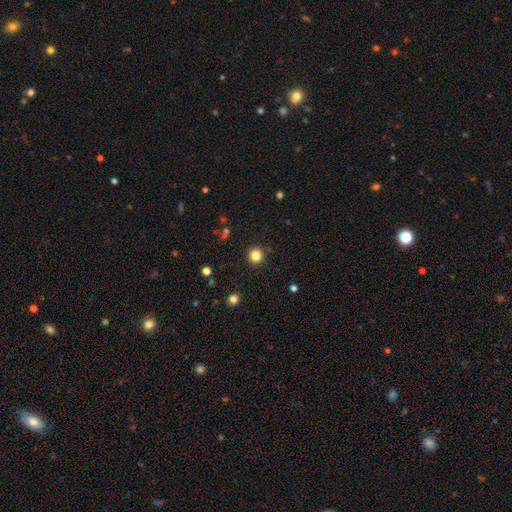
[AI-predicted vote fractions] Q: Smooth or featured?
A: smooth (83%); runner-up: star or artifact (13%)
Q: How rounded?
A: round (95%); runner-up: in between (4%)
Q: Merging?
A: none (92%); runner-up: minor disturbance (5%)